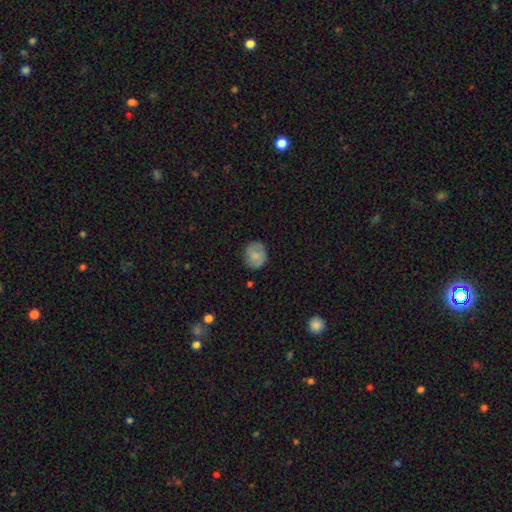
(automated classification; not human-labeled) Q: Smooth or featured?
A: smooth (76%); runner-up: featured or disk (17%)
Q: How rounded?
A: round (68%); runner-up: in between (31%)
Q: Merging?
A: none (81%); runner-up: minor disturbance (14%)